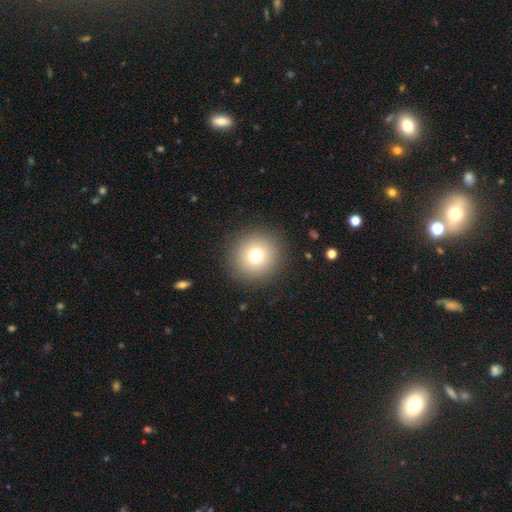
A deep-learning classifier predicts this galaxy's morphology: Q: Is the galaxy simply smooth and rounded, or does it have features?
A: smooth — 75%.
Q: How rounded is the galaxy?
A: round — 94%.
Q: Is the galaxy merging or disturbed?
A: none — 90%.